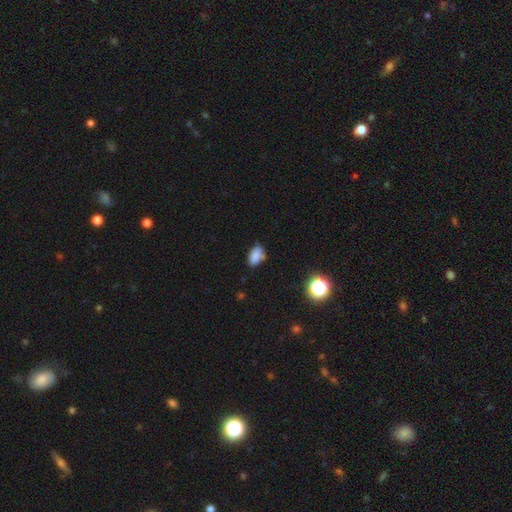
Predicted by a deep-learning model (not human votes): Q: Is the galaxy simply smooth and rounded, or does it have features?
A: smooth — 82%.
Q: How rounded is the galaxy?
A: in between — 90%.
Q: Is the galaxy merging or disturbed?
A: none — 66%.